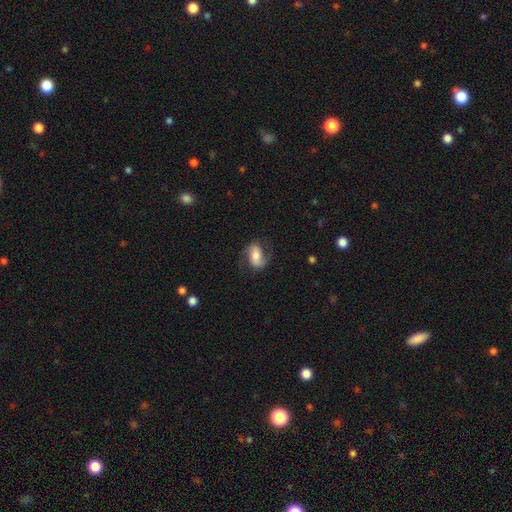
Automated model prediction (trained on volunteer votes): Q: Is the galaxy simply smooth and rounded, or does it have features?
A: featured or disk — 59%.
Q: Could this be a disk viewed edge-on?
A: no — 96%.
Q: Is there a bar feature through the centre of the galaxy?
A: no — 37%.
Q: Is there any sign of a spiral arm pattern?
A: yes — 90%.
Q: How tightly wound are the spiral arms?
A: medium — 44%.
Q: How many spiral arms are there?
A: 2 — 88%.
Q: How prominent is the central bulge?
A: moderate — 53%.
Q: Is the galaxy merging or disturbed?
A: none — 70%.